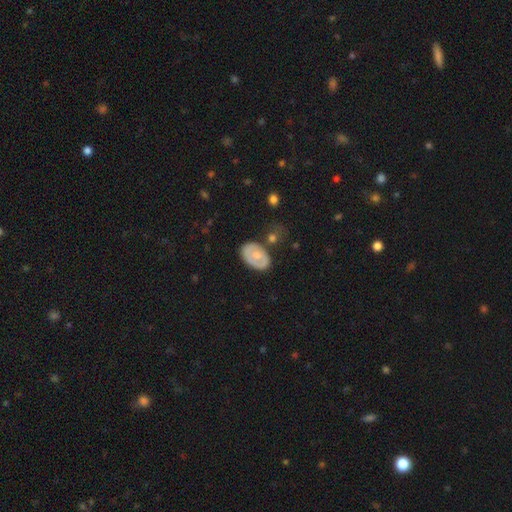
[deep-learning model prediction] Smooth or featured? smooth (50%)
How rounded? in between (86%)
Merging? none (66%)